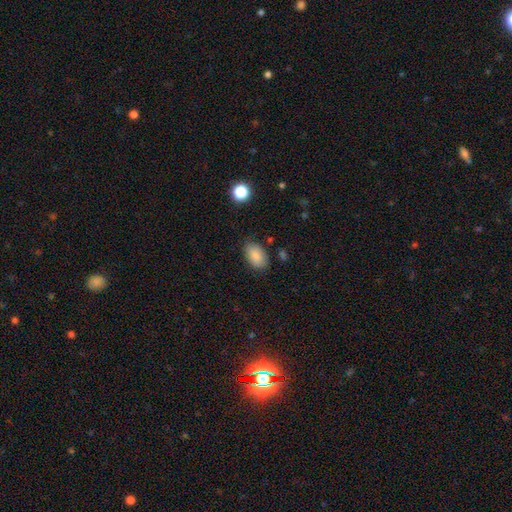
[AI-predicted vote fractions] Smooth or featured? Predicted: smooth (p=0.86). How rounded? Predicted: in between (p=0.91). Merging? Predicted: none (p=0.78).